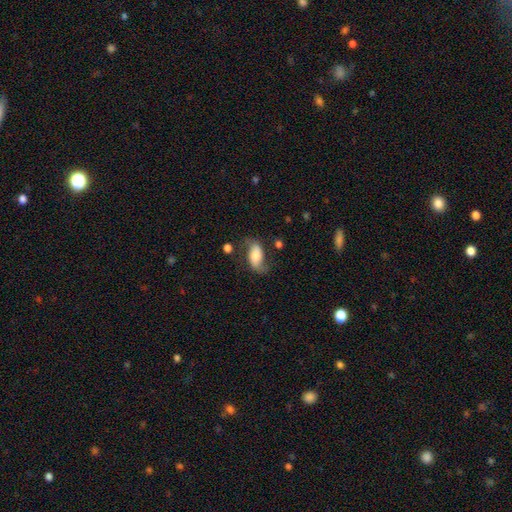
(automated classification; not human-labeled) Overall: featured or disk (47%; smooth 45%). Merging: none (61%; minor disturbance 23%).